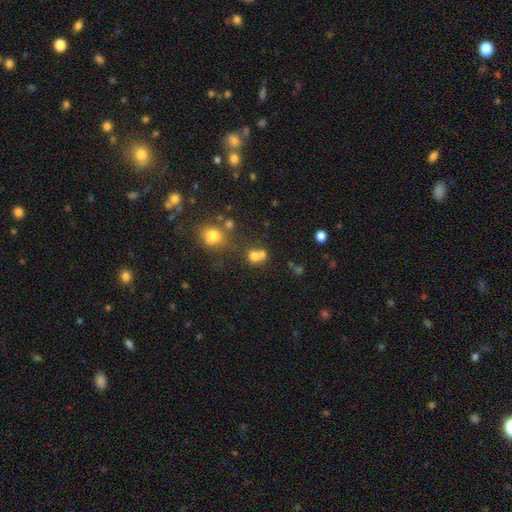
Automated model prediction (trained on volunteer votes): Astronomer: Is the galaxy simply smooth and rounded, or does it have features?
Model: smooth — 70%.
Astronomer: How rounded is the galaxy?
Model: round — 61% (runner-up: in between, 37%).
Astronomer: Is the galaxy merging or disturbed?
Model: merger — 49% (runner-up: none, 34%).